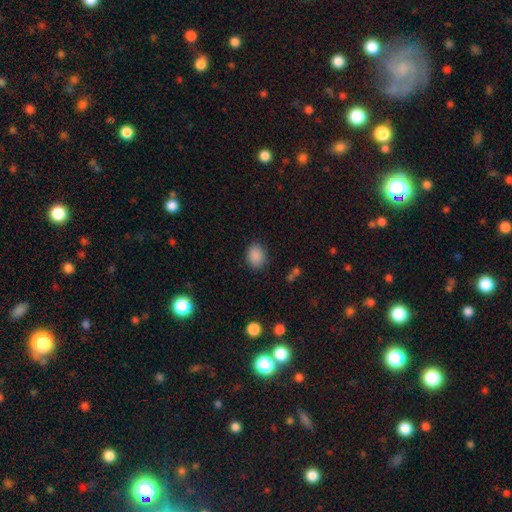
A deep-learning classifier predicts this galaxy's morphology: A smooth galaxy with no disk features (87%) that is round (55%). Merging: none (85%).